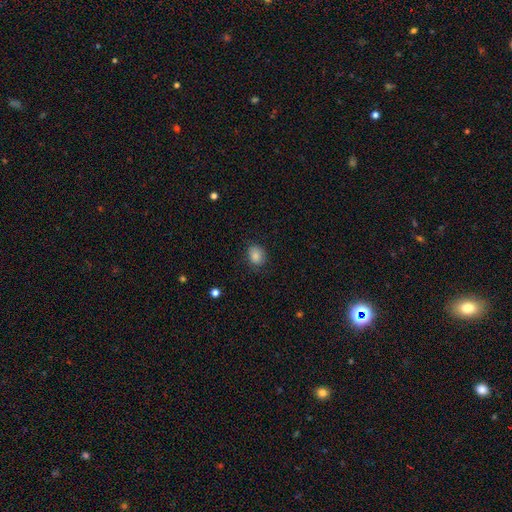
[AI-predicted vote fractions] smooth_or_featured: smooth (p=0.85) [alt: star or artifact p=0.09]
how_rounded: in between (p=0.54) [alt: round p=0.45]
merging: none (p=0.76) [alt: minor disturbance p=0.18]